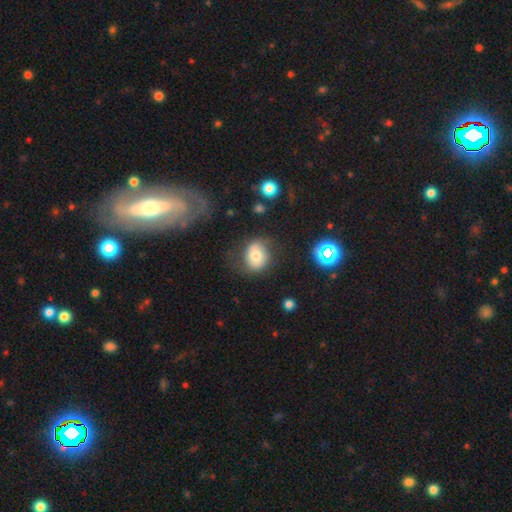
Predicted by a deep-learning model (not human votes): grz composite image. It shows a smooth galaxy with no disk features (62%) that is round (54%). Merging: none (60%).